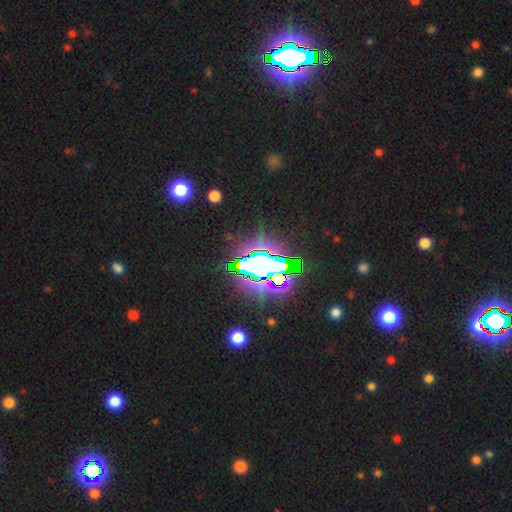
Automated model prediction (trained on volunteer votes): A star or artifact, not a galaxy (71%).